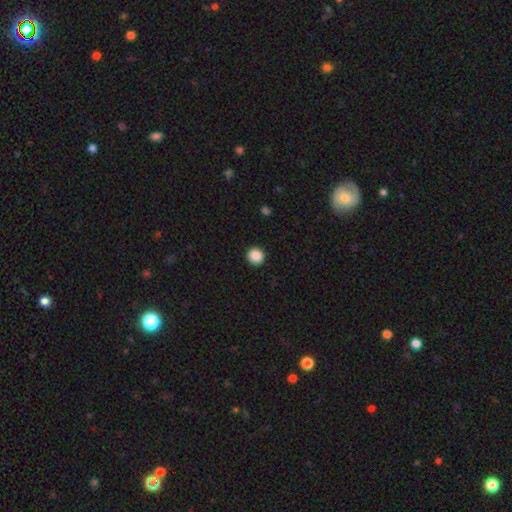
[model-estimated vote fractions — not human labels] Overall: smooth (88%). How rounded: round (92%). Merging: none (92%).